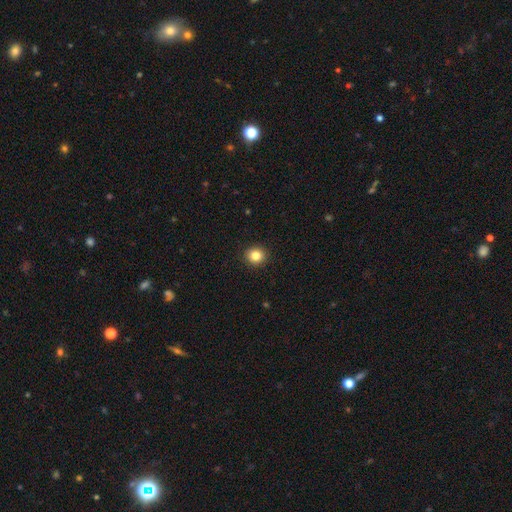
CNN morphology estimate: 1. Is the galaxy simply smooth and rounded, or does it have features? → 84% smooth, 11% star or artifact, 5% featured or disk.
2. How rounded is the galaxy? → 88% round, 11% in between, 1% cigar-shaped.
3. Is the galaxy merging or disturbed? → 93% none, 5% minor disturbance, 2% major disturbance, 1% merger.